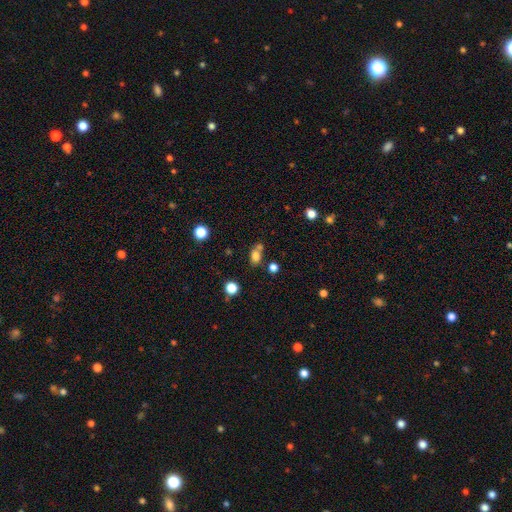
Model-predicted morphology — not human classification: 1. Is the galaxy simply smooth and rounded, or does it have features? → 77% smooth, 15% star or artifact, 9% featured or disk.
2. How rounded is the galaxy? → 64% in between, 34% round, 2% cigar-shaped.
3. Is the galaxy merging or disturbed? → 51% none, 30% merger, 13% minor disturbance, 6% major disturbance.